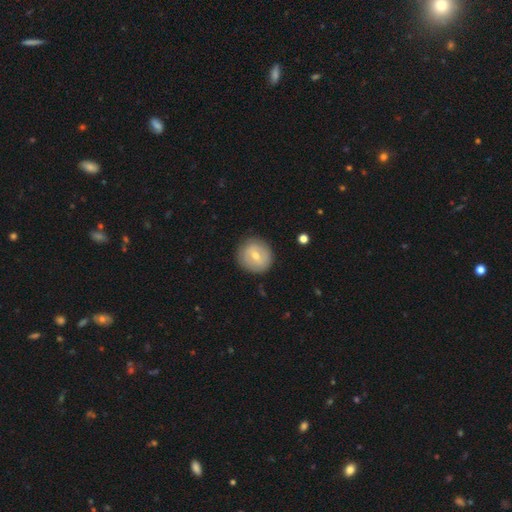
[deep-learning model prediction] smooth_or_featured: smooth (p=0.53) [alt: featured or disk p=0.40]
how_rounded: round (p=0.88) [alt: in between p=0.11]
merging: none (p=0.86) [alt: minor disturbance p=0.10]